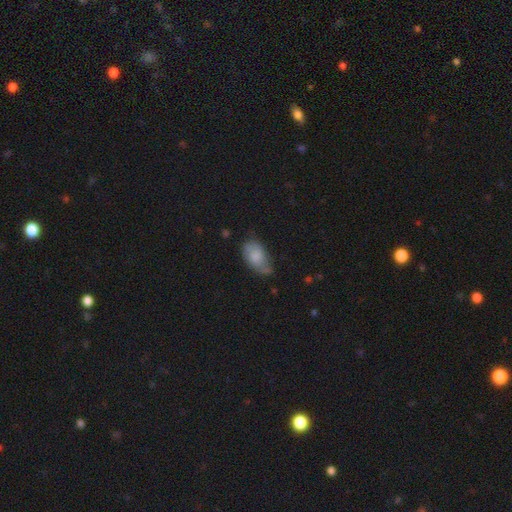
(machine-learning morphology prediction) Smooth or featured?
  - smooth: 73% *
  - featured or disk: 20%
  - star or artifact: 7%
How rounded?
  - in between: 92% *
  - round: 5%
  - cigar-shaped: 2%
Merging?
  - none: 46% *
  - minor disturbance: 39%
  - major disturbance: 12%
  - merger: 3%